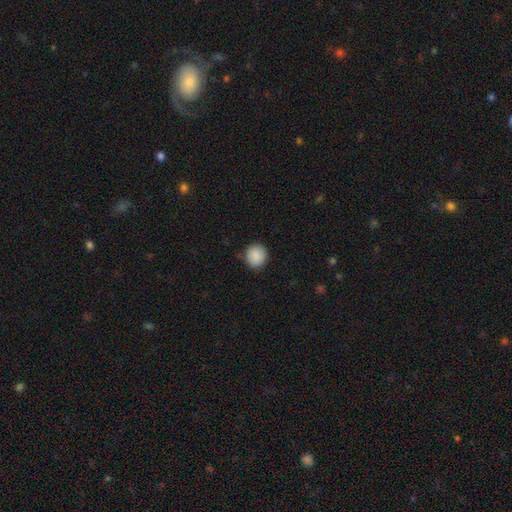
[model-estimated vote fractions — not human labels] Smooth or featured? smooth (89%)
How rounded? round (86%)
Merging? none (87%)